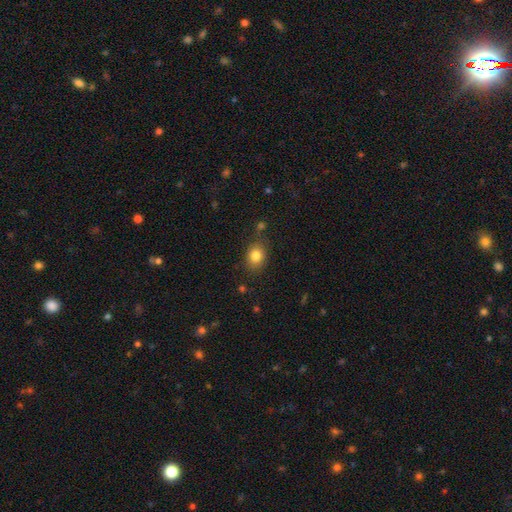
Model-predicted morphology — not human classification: Smooth or featured: smooth — 83% (star or artifact — 10%)
How rounded: in between — 54% (round — 45%)
Merging: none — 79% (minor disturbance — 14%)